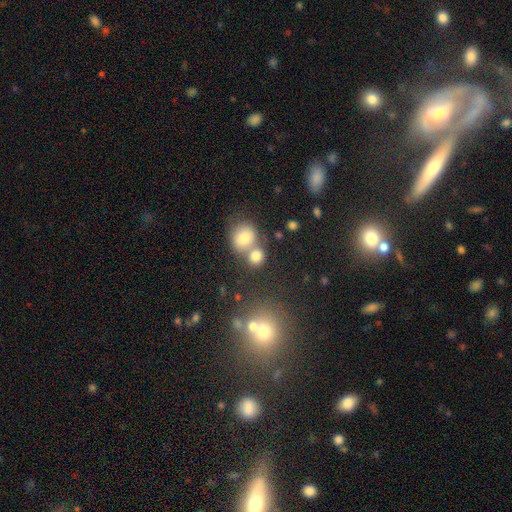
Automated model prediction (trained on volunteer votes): This appears to be a smooth galaxy with no disk features (78%) that is round (79%). Merging: none (46%).